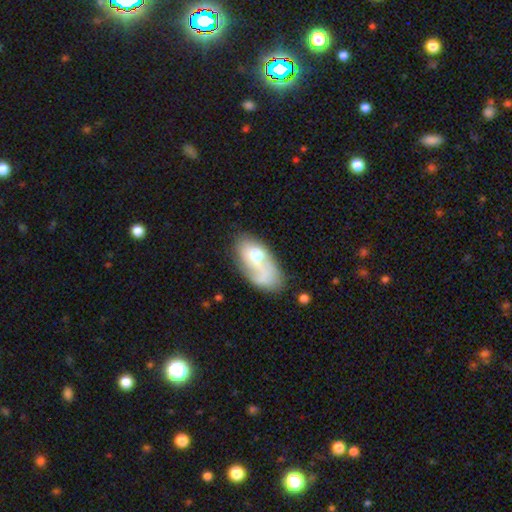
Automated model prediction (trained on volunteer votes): This is possibly a smooth galaxy (50%). Merging: marginally none (33%).